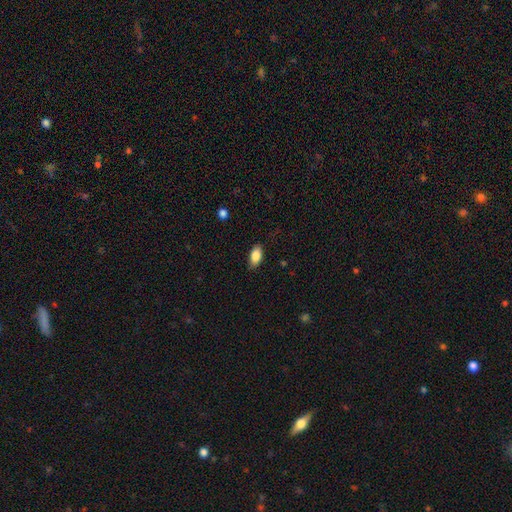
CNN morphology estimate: smooth 85%, featured or disk 8%, star or artifact 7%. Down the decision tree: how rounded — in between (91%); merging — none (80%).